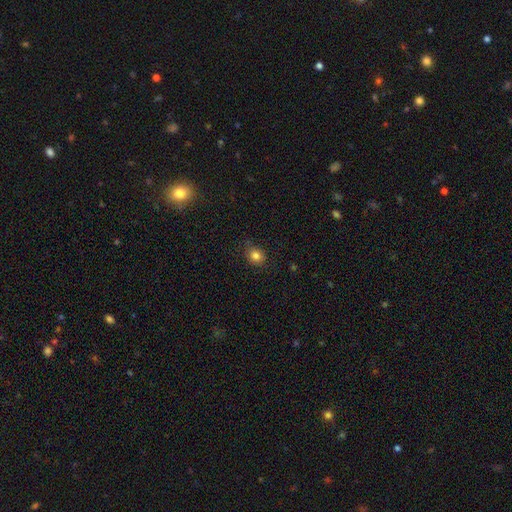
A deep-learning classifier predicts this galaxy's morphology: A smooth galaxy with no disk features (83%) that is round (68%).

Vote fractions:
- Smooth or featured? smooth: 83% / star or artifact: 12% / featured or disk: 6%
- How rounded? round: 68% / in between: 31% / cigar-shaped: 1%
- Merging? none: 80% / minor disturbance: 15% / major disturbance: 3% / merger: 1%